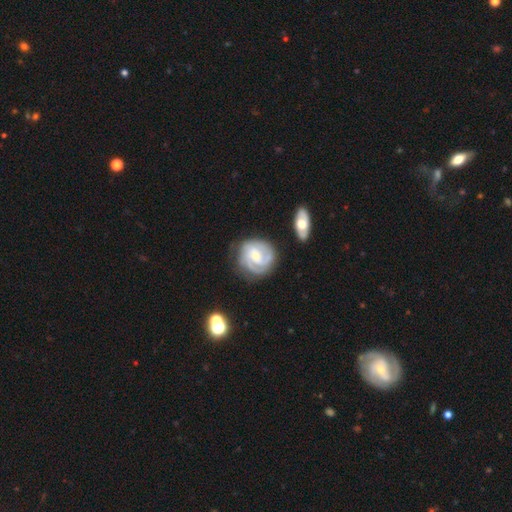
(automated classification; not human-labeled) A featured or disk galaxy (85%) with no bar (48%), 3 (35%) tight (65%) spiral arms (96%) and a small central bulge (53%). Merging: none (71%).